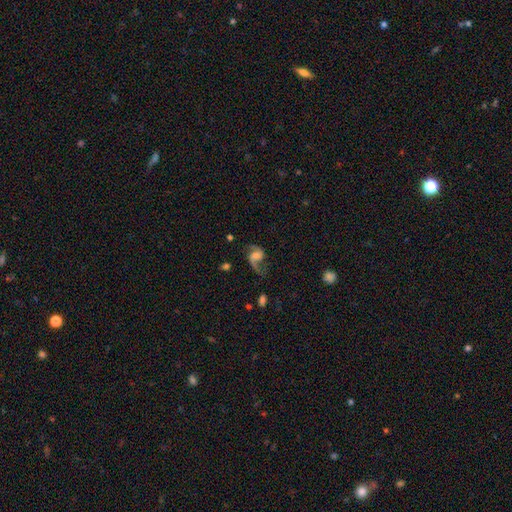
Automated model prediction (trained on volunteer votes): A featured or disk galaxy (80%) with no bar (46%), 2 (81%) loose (69%) spiral arms (95%) and a moderate central bulge (33%).

Vote fractions:
- Smooth or featured? featured or disk: 80% / smooth: 12% / star or artifact: 8%
- Edge-on disk? no: 98% / yes: 2%
- Bar? no: 46% / weak: 42% / strong: 12%
- Spiral arms? yes: 95% / no: 5%
- Spiral winding? loose: 69% / medium: 26% / tight: 5%
- Spiral arm count? 2: 81% / 1: 14% / can't tell: 2% / 3: 1% / 4: 1% / more than 4: 1%
- Bulge size? moderate: 33% / small: 30% / none: 22% / large: 13% / dominant: 3%
- Merging? none: 57% / major disturbance: 21% / minor disturbance: 18% / merger: 3%